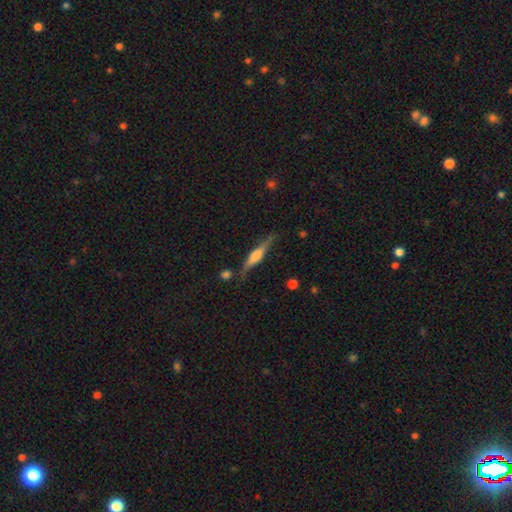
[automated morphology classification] A featured or disk galaxy (66%) viewed edge-on (96%) with a rounded central bulge (69%). Merging: none (76%).